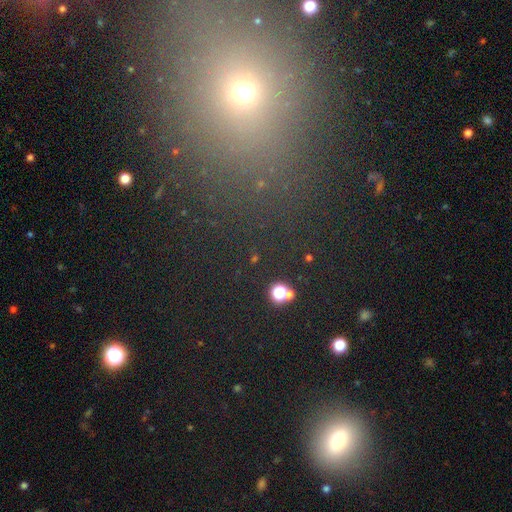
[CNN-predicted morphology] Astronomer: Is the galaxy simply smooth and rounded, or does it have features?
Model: star or artifact — 47% (runner-up: smooth, 43%).